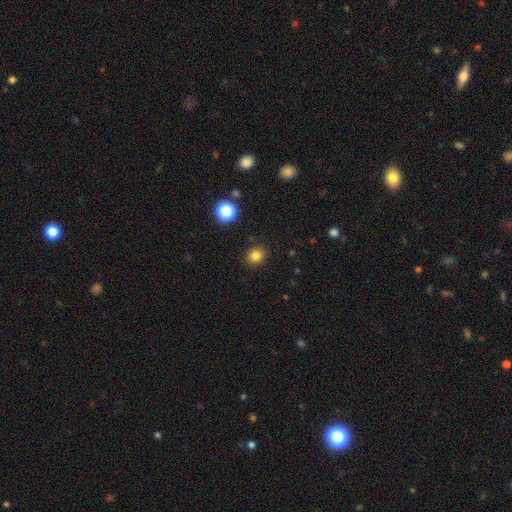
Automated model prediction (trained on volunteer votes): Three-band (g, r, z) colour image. It shows a smooth galaxy with no disk features (81%) that is round (80%). Merging: none (89%).